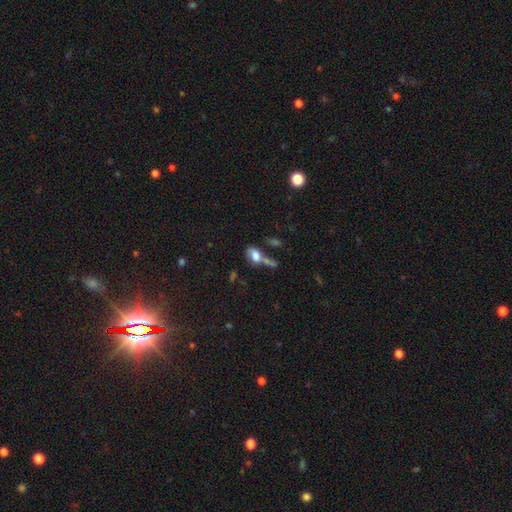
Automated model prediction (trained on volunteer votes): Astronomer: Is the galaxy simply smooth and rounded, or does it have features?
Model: smooth — 73%.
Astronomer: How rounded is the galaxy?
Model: in between — 84%.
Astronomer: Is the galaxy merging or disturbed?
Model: merger — 39% (runner-up: none, 32%).